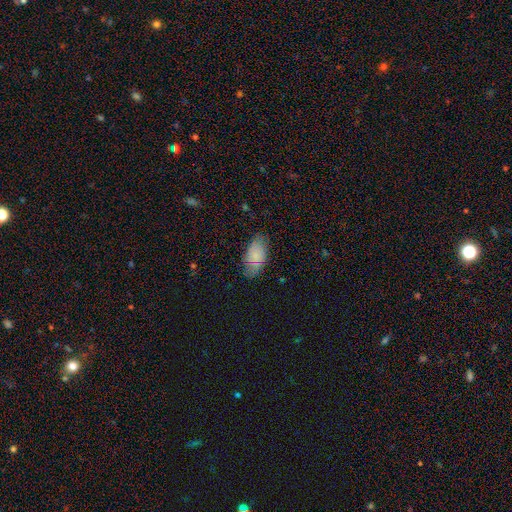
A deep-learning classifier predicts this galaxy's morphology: A smooth galaxy with no disk features (79%) that is in between round and cigar-shaped (93%).

Vote fractions:
- Smooth or featured? smooth: 79% / featured or disk: 13% / star or artifact: 8%
- How rounded? in between: 93% / round: 4% / cigar-shaped: 3%
- Merging? none: 74% / minor disturbance: 20% / major disturbance: 5% / merger: 1%